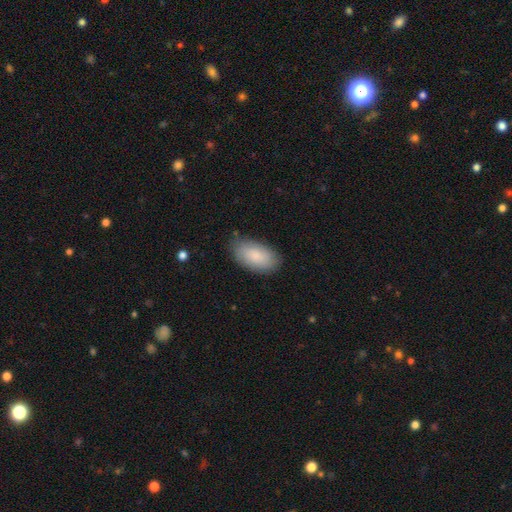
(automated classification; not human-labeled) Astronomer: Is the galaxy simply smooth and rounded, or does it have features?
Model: smooth — 84%.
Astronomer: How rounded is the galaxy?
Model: in between — 95%.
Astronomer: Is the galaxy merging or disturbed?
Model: none — 81%.